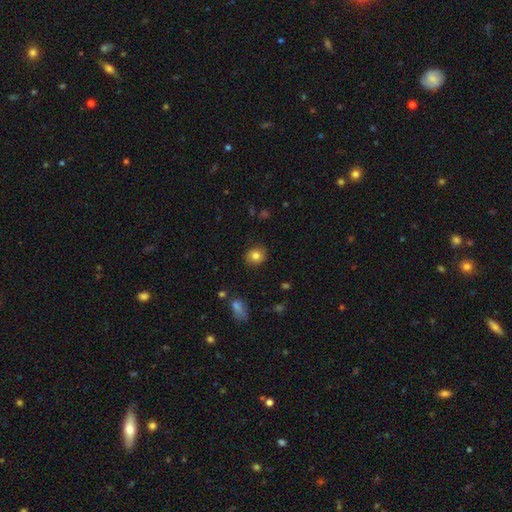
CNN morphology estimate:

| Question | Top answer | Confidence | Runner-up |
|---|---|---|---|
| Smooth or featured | smooth | 82% | star or artifact (10%) |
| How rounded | round | 81% | in between (18%) |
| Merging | none | 87% | minor disturbance (9%) |